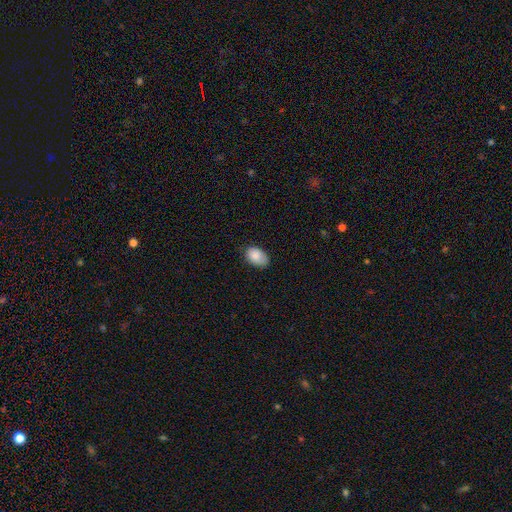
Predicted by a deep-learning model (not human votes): Morphology: type=smooth (86%); roundness=in between (87%); merging=none (73%).